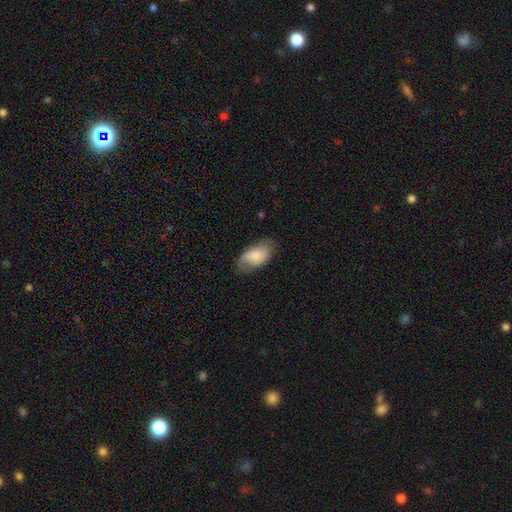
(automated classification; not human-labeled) smooth 74%, featured or disk 19%, star or artifact 7%. Down the decision tree: how rounded — in between (94%); merging — none (62%).